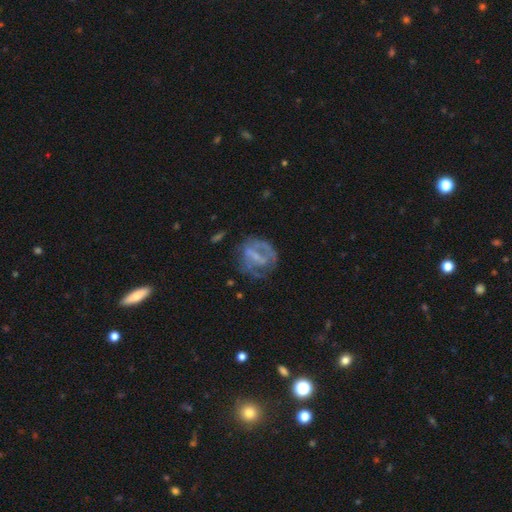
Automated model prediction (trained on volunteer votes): Morphology: type=featured or disk (62%); edge-on=no (96%); bar=weak (38%); spiral arms=no (57%); bulge=small (39%); merging=none (49%).